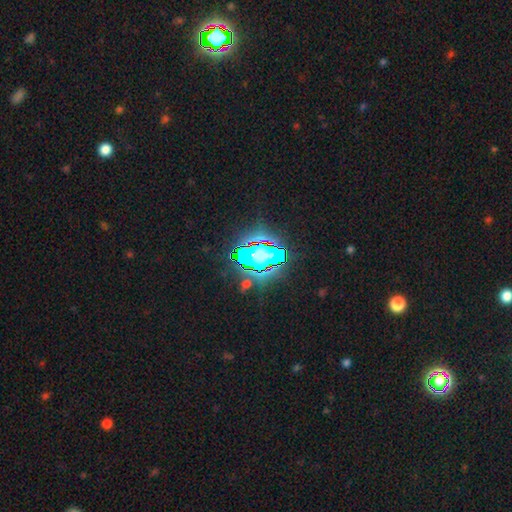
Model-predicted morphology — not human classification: Overall: star or artifact (63%).